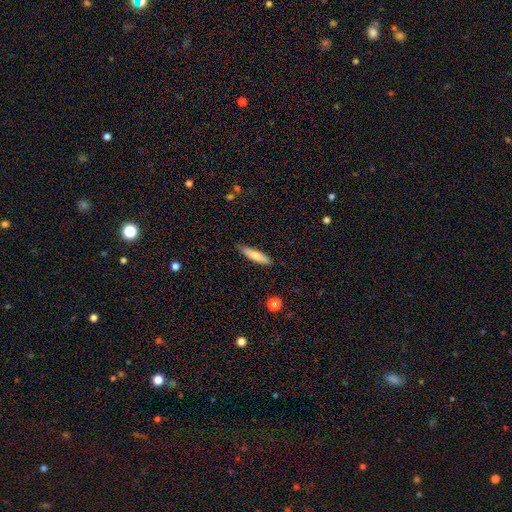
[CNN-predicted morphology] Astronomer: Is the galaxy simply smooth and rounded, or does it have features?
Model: smooth — 74%.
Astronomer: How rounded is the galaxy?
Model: cigar-shaped — 78%.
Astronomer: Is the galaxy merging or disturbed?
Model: none — 84%.